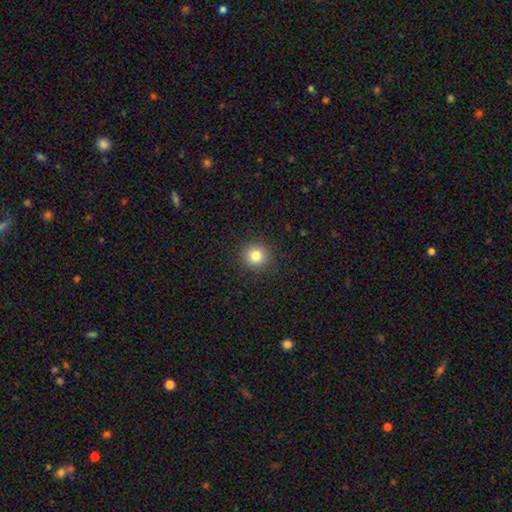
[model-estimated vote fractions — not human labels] Smooth or featured? smooth (81%)
How rounded? round (93%)
Merging? none (91%)